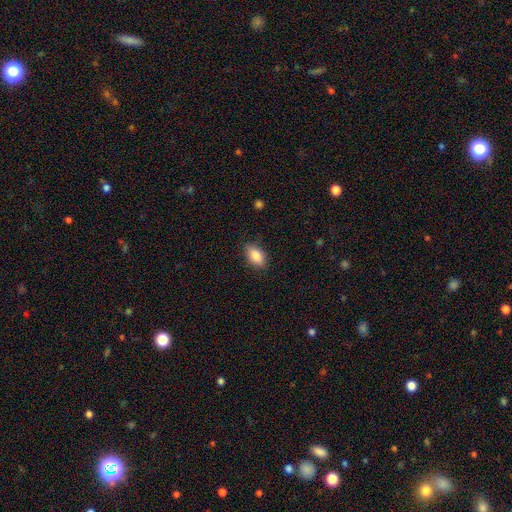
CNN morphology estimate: The model was most divided on "merging": none: 83%, minor disturbance: 13%, major disturbance: 3%, merger: 1%. More confident: how rounded — in between (88%); smooth or featured — smooth (83%).